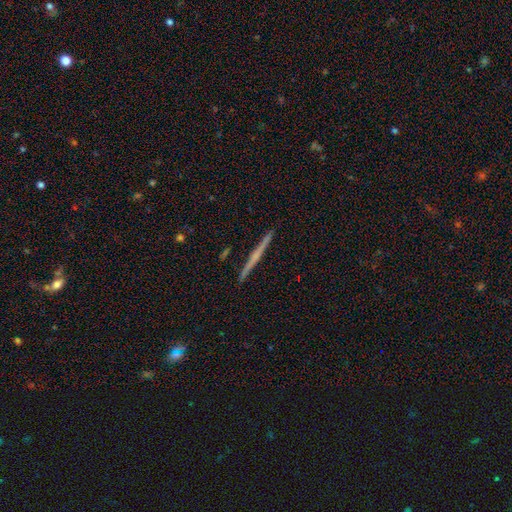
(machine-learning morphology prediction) Overall: featured or disk (66%; smooth 28%). Edge-on disk: yes (98%). Edge-on bulge: none (60%; rounded 32%). Merging: none (93%).